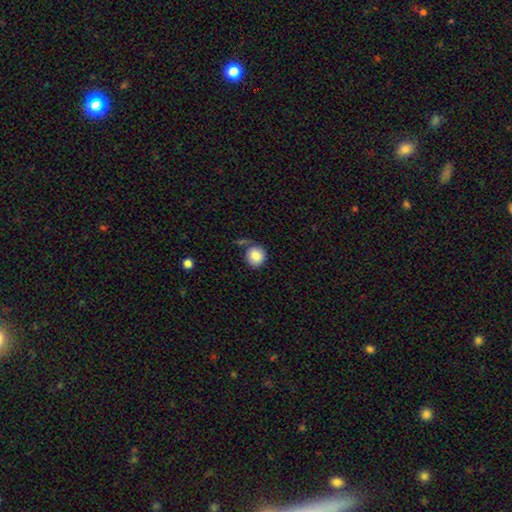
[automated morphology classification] type=smooth (87%); roundness=round (87%); merging=none (62%).